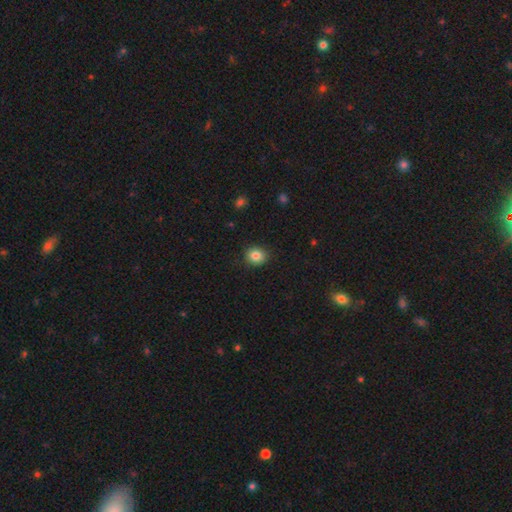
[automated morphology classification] Smooth or featured: smooth — 84% (star or artifact — 10%)
How rounded: round — 76% (in between — 23%)
Merging: none — 88% (minor disturbance — 9%)